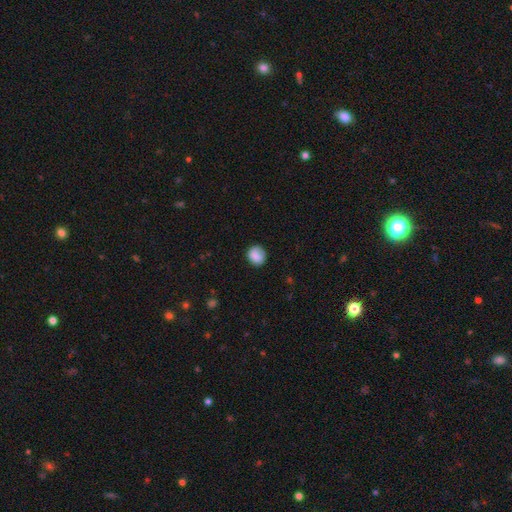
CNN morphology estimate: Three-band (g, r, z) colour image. It shows a smooth galaxy with no disk features (86%) that is round (79%). Merging: none (78%).